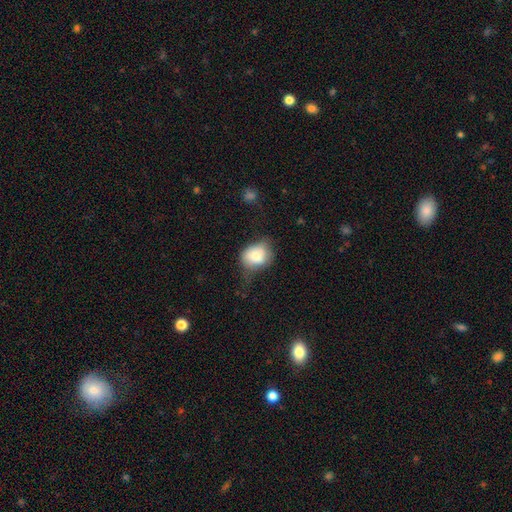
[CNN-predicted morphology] This is likely a smooth galaxy (77%). How rounded: possibly round (50%). Merging: marginally none (40%).